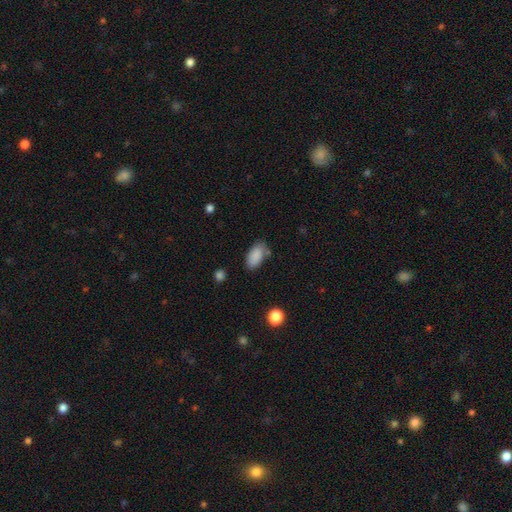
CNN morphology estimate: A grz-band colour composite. It shows a smooth galaxy with no disk features (87%) that is in between round and cigar-shaped (94%). Merging: none (71%).